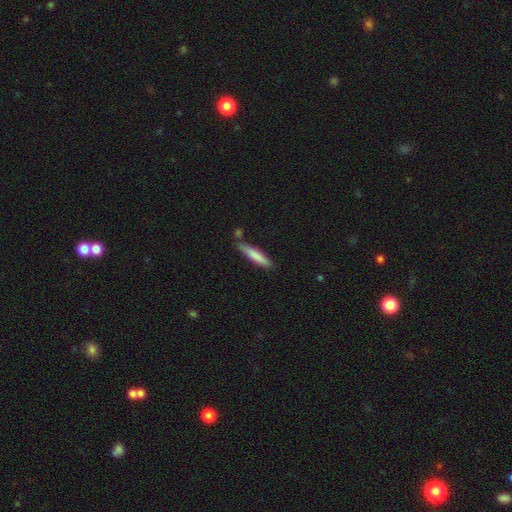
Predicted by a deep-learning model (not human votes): smooth_or_featured: smooth (p=0.78) [alt: featured or disk p=0.16]
how_rounded: cigar-shaped (p=0.88) [alt: in between p=0.11]
merging: none (p=0.73) [alt: minor disturbance p=0.16]